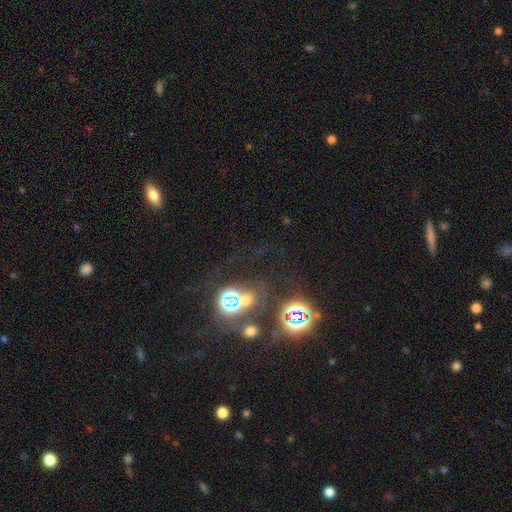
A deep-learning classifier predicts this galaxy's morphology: Smooth or featured?
  - star or artifact: 55% *
  - smooth: 30%
  - featured or disk: 15%